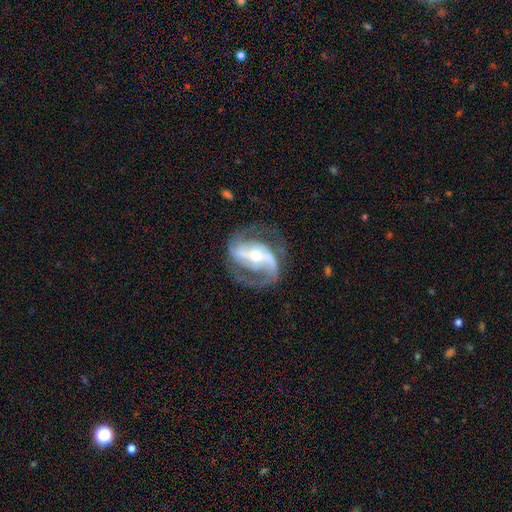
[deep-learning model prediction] Smooth or featured? featured or disk (90%)
Edge-on disk? no (97%)
Bar? strong (47%)
Spiral arms? yes (96%)
Spiral winding? medium (54%)
Spiral arm count? 2 (87%)
Bulge size? moderate (59%)
Merging? none (69%)